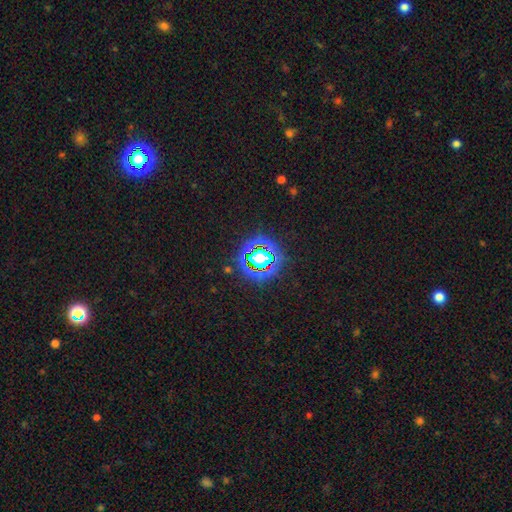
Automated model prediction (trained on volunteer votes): Morphology: type=star or artifact (80%).